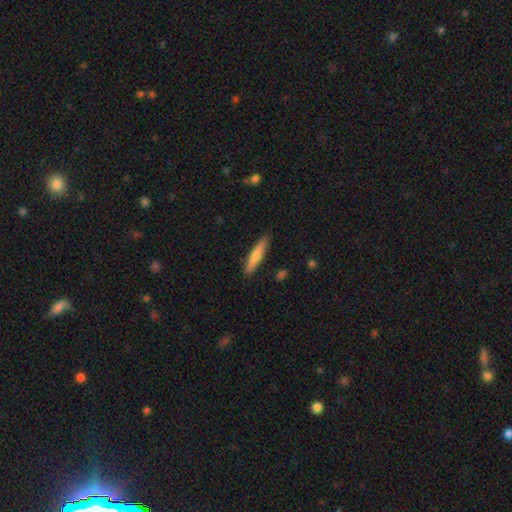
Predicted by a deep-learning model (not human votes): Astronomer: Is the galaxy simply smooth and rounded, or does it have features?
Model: smooth — 70%.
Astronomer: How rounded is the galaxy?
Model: cigar-shaped — 88%.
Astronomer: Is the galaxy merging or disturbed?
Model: none — 88%.